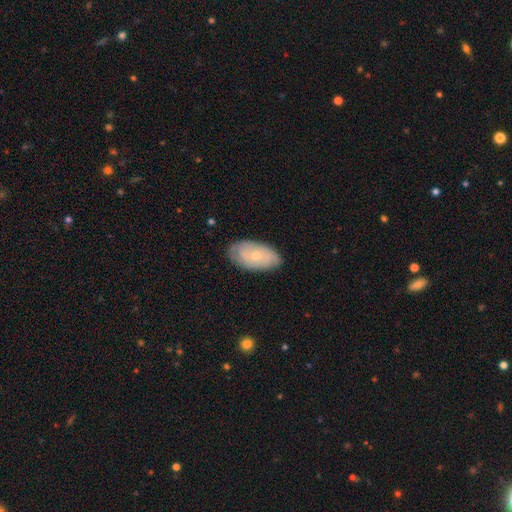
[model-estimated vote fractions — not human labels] Q: Smooth or featured?
A: smooth (55%); runner-up: featured or disk (38%)
Q: How rounded?
A: in between (94%); runner-up: round (4%)
Q: Merging?
A: none (78%); runner-up: minor disturbance (17%)